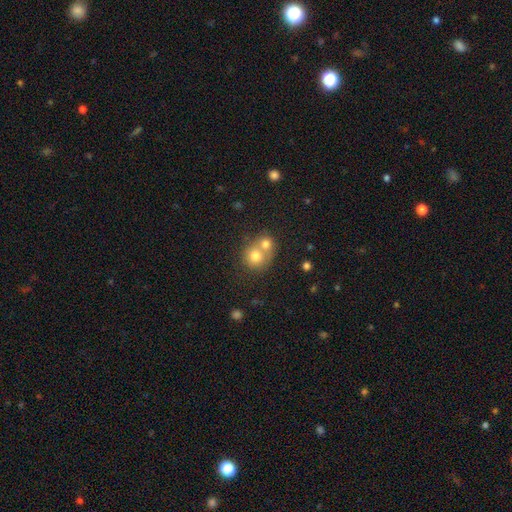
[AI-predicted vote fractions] A smooth galaxy with no disk features (73%) that is round (82%).

Vote fractions:
- Smooth or featured? smooth: 73% / featured or disk: 16% / star or artifact: 11%
- How rounded? round: 82% / in between: 17% / cigar-shaped: 1%
- Merging? merger: 61% / none: 30% / minor disturbance: 6% / major disturbance: 3%